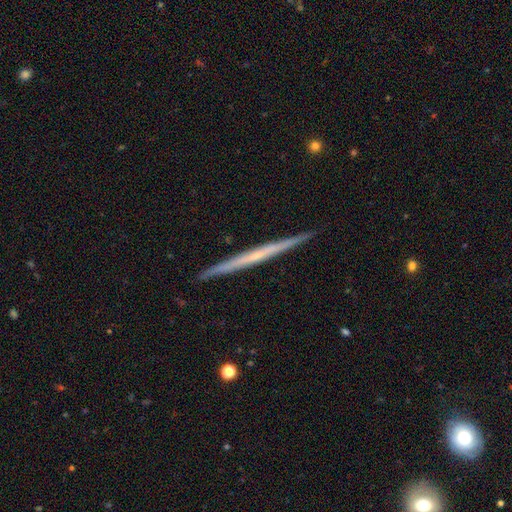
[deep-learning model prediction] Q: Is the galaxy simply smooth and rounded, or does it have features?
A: featured or disk — 66%.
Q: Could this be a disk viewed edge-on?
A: yes — 98%.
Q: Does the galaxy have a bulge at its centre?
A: none — 80%.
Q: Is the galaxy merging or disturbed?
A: none — 92%.